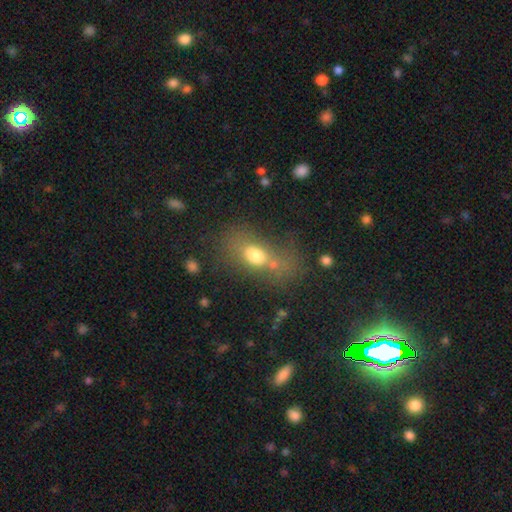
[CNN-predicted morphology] Q: Smooth or featured?
A: smooth (67%); runner-up: featured or disk (19%)
Q: How rounded?
A: in between (75%); runner-up: round (20%)
Q: Merging?
A: none (35%); runner-up: merger (25%)